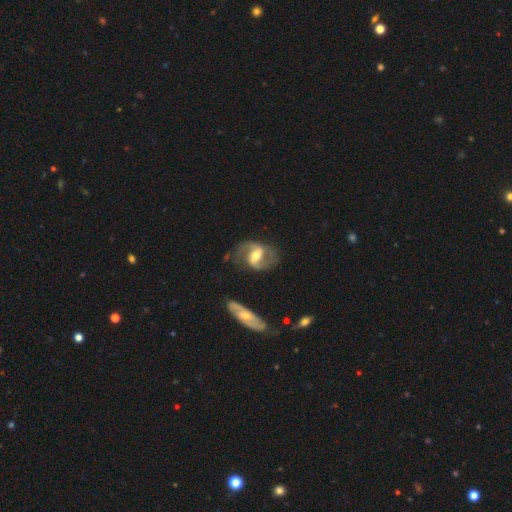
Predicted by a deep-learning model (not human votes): Smooth or featured?
  - featured or disk: 86% *
  - smooth: 10%
  - star or artifact: 5%
Edge-on disk?
  - no: 96% *
  - yes: 4%
Bar?
  - strong: 45% *
  - weak: 40%
  - no: 15%
Spiral arms?
  - yes: 94% *
  - no: 6%
Spiral winding?
  - medium: 52% *
  - loose: 31%
  - tight: 17%
Spiral arm count?
  - 2: 91% *
  - can't tell: 4%
  - 1: 2%
  - 3: 1%
  - 4: 1%
  - more than 4: 1%
Bulge size?
  - moderate: 64% *
  - small: 27%
  - large: 7%
  - none: 1%
  - dominant: 1%
Merging?
  - none: 74% *
  - minor disturbance: 16%
  - major disturbance: 8%
  - merger: 3%